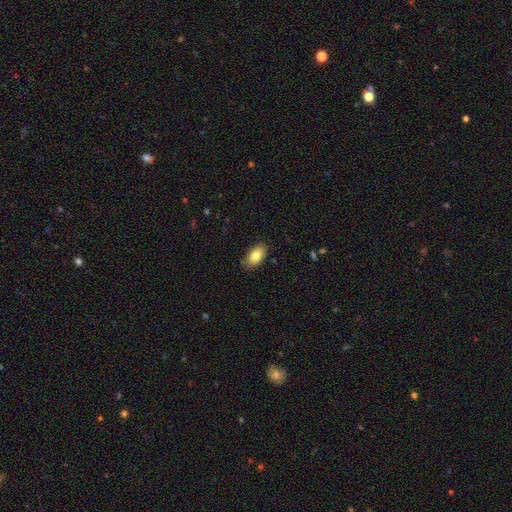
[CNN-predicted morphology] smooth 84%, featured or disk 9%, star or artifact 7%. Down the decision tree: how rounded — in between (93%); merging — none (81%).